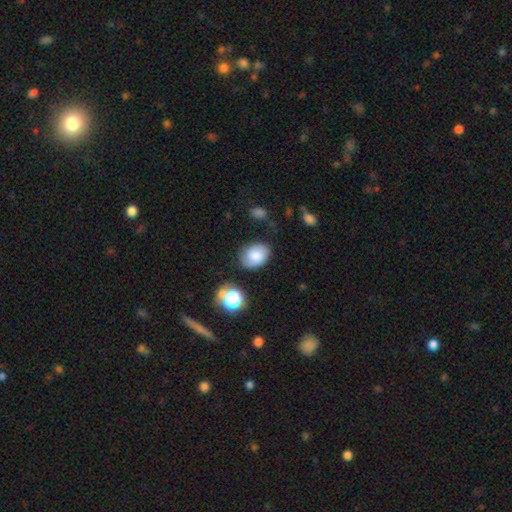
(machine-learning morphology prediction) smooth-or-featured: smooth: 74% | featured or disk: 16% | star or artifact: 10%
  how-rounded: in between: 63% | round: 36% | cigar-shaped: 1%
  merging: none: 71% | minor disturbance: 20% | major disturbance: 6% | merger: 3%